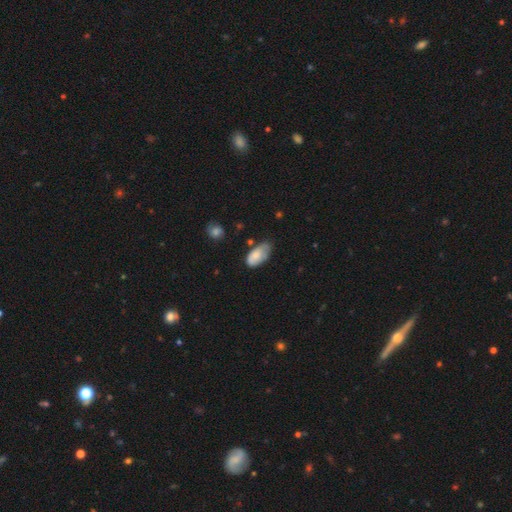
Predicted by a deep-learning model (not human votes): Q: Smooth or featured?
A: smooth (76%); runner-up: featured or disk (18%)
Q: How rounded?
A: in between (94%); runner-up: cigar-shaped (3%)
Q: Merging?
A: none (45%); runner-up: minor disturbance (41%)